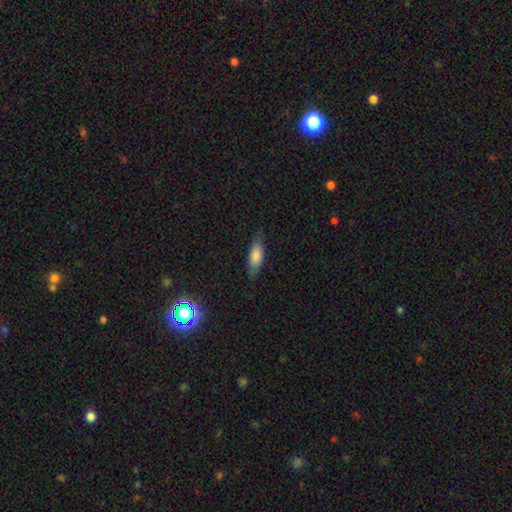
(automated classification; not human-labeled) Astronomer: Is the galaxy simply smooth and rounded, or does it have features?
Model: smooth — 75%.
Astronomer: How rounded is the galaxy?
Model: in between — 64%.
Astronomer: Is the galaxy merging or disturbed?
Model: none — 77%.